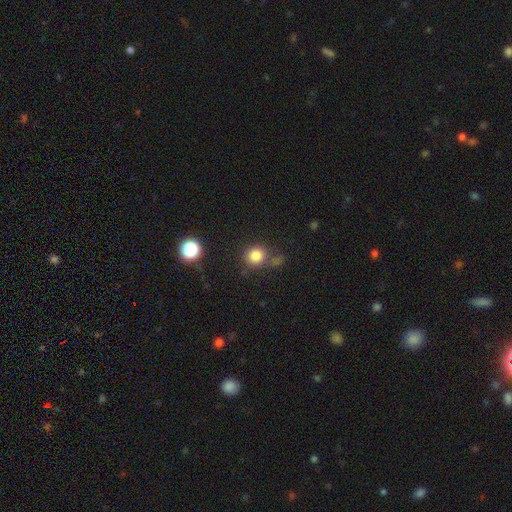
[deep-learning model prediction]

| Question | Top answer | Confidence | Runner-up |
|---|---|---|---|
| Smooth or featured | smooth | 82% | star or artifact (12%) |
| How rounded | round | 84% | in between (15%) |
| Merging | none | 65% | minor disturbance (16%) |